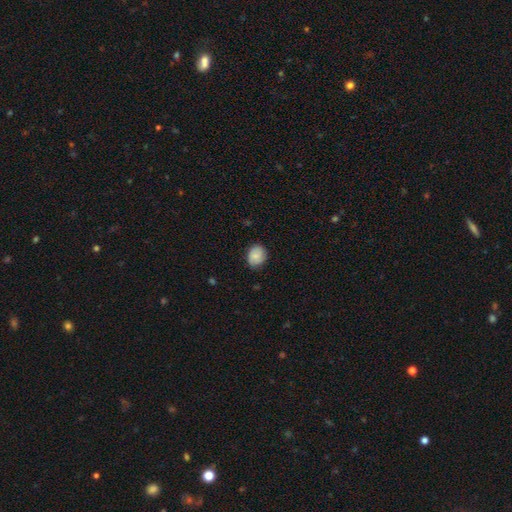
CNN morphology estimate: This appears to be a smooth galaxy with no disk features (84%) that is round (56%). Merging: none (78%).